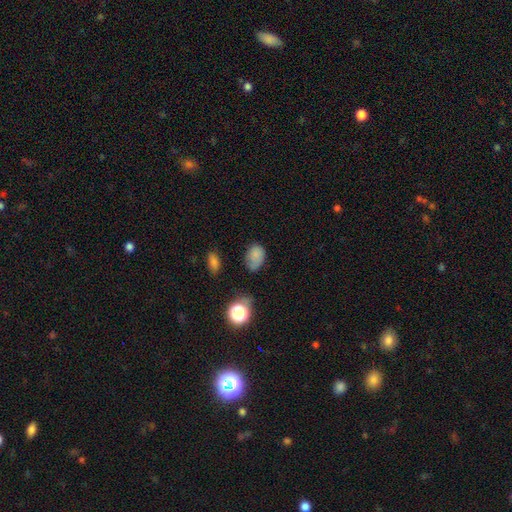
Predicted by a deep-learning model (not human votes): Smooth or featured?
  - smooth: 77% *
  - star or artifact: 14%
  - featured or disk: 9%
How rounded?
  - in between: 78% *
  - round: 21%
  - cigar-shaped: 1%
Merging?
  - none: 49% *
  - minor disturbance: 33%
  - major disturbance: 13%
  - merger: 4%